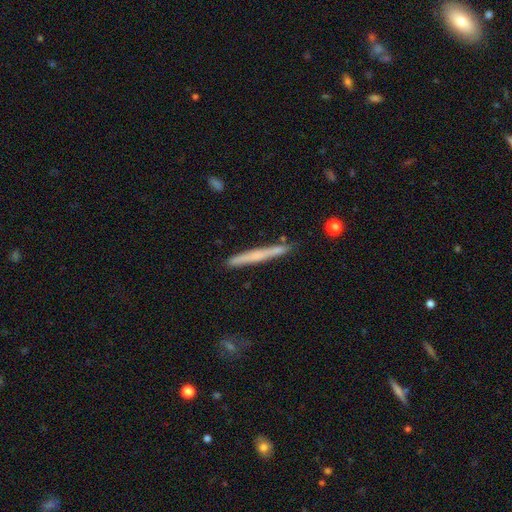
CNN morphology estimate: Smooth or featured: smooth — 52% (featured or disk — 42%)
How rounded: cigar-shaped — 97% (in between — 2%)
Merging: none — 87% (minor disturbance — 9%)